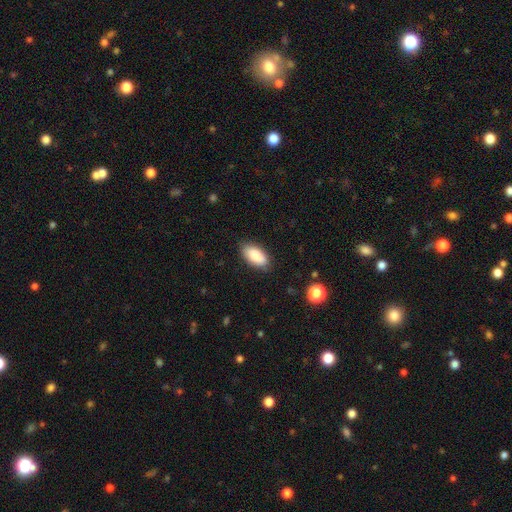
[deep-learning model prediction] smooth 88%, star or artifact 6%, featured or disk 6%. Down the decision tree: how rounded — in between (93%); merging — none (85%).